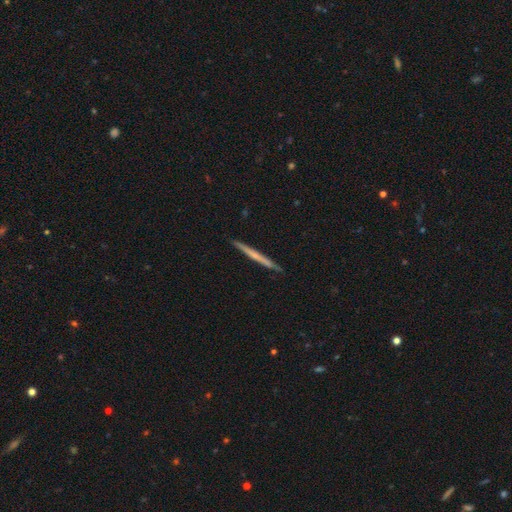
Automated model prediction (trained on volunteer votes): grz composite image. It shows a featured or disk galaxy (53%) viewed edge-on (98%) with no central bulge (73%). Merging: none (92%).